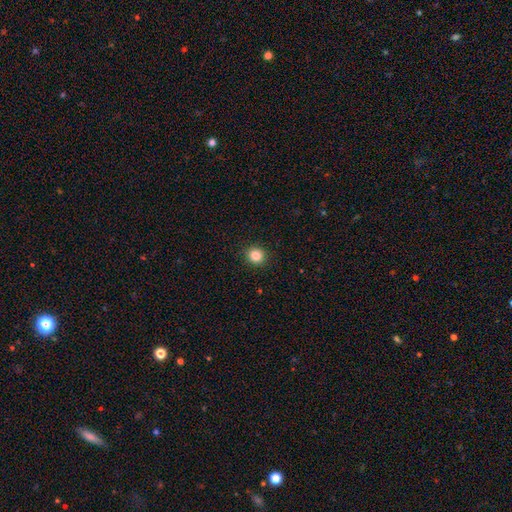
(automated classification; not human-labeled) A smooth galaxy with no disk features (85%) that is round (91%). Merging: none (93%).